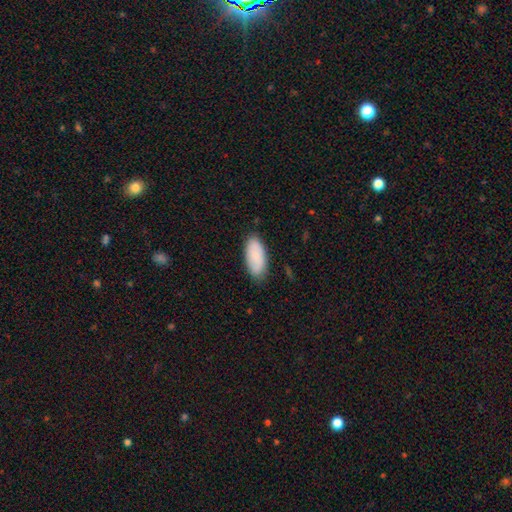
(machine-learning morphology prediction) smooth-or-featured: smooth: 86% | featured or disk: 9% | star or artifact: 6%
  how-rounded: in between: 90% | cigar-shaped: 8% | round: 2%
  merging: none: 83% | minor disturbance: 14% | major disturbance: 2% | merger: 1%